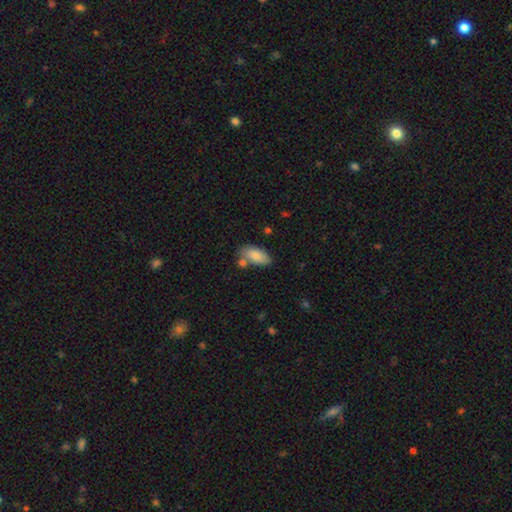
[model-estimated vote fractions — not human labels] A smooth galaxy with no disk features (81%) that is in between round and cigar-shaped (92%). Merging: none (66%).